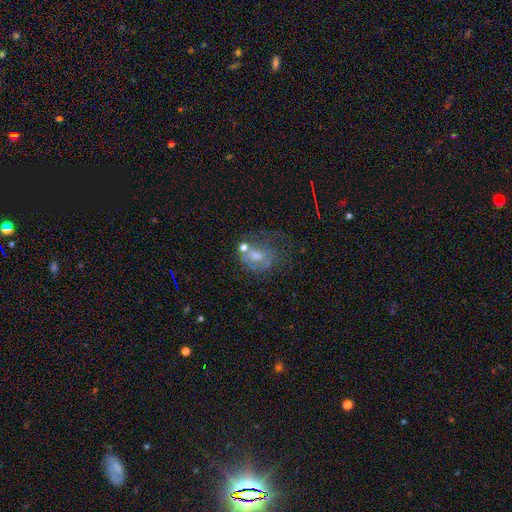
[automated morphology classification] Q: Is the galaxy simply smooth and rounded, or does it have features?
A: featured or disk — 46%.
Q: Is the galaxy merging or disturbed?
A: none — 39%.